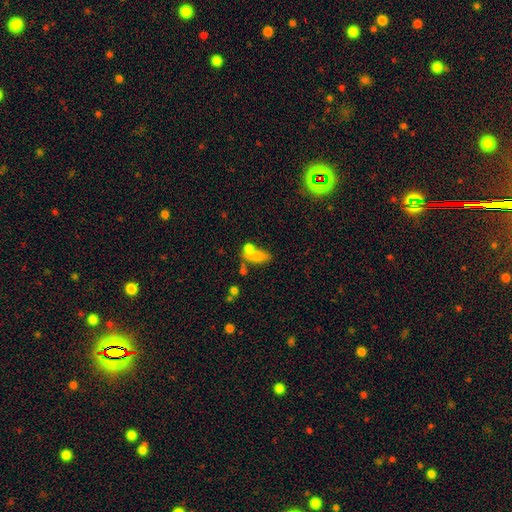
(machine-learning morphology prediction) Q: Smooth or featured?
A: smooth (73%); runner-up: featured or disk (16%)
Q: How rounded?
A: in between (78%); runner-up: cigar-shaped (13%)
Q: Merging?
A: merger (44%); runner-up: none (35%)